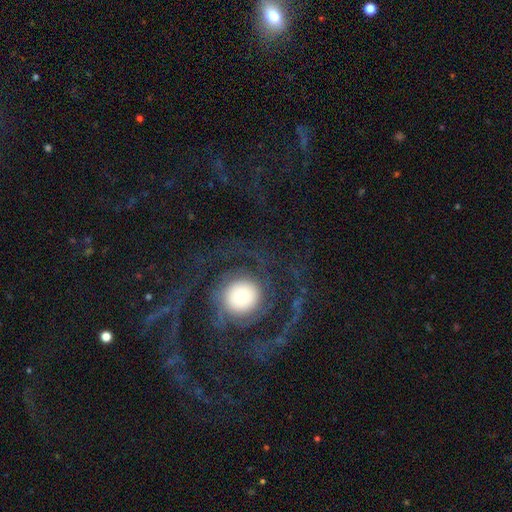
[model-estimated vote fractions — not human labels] smooth_or_featured: featured or disk (p=0.82) [alt: smooth p=0.10]
disk_edge_on: no (p=0.97) [alt: yes p=0.03]
bar: no (p=0.77) [alt: weak p=0.15]
has_spiral_arms: yes (p=0.91) [alt: no p=0.09]
spiral_winding: medium (p=0.45) [alt: tight p=0.33]
spiral_arm_count: 2 (p=0.52) [alt: 3 p=0.13]
bulge_size: moderate (p=0.46) [alt: large p=0.28]
merging: none (p=0.61) [alt: major disturbance p=0.24]